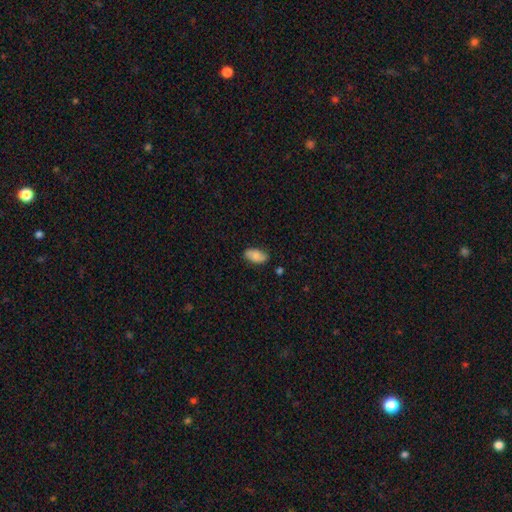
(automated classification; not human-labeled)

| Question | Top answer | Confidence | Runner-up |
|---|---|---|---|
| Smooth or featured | smooth | 82% | featured or disk (11%) |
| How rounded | in between | 92% | cigar-shaped (4%) |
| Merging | none | 80% | minor disturbance (16%) |